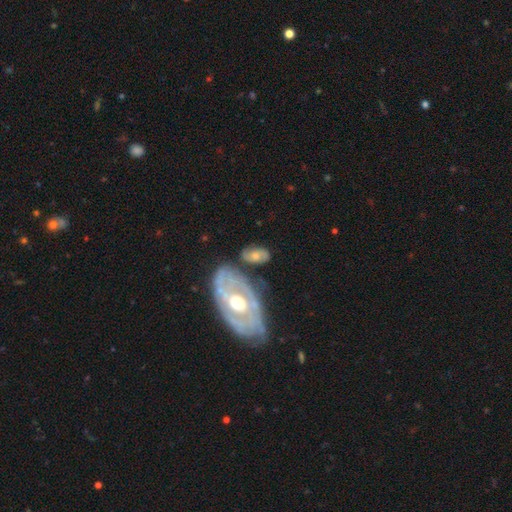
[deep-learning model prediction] featured or disk 56%, smooth 37%, star or artifact 7%. Down the decision tree: edge-on disk — no (92%); bar — no (64%); spiral arms — yes (68%); bulge size — moderate (65%); merging — none (57%).